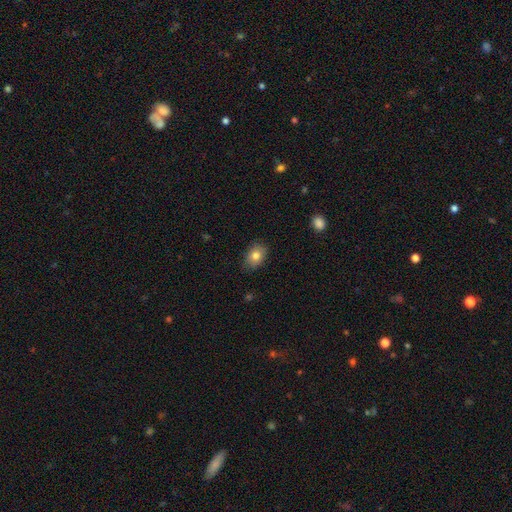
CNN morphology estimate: This appears to be a smooth galaxy with no disk features (81%) that is in between round and cigar-shaped (78%). Merging: none (83%).